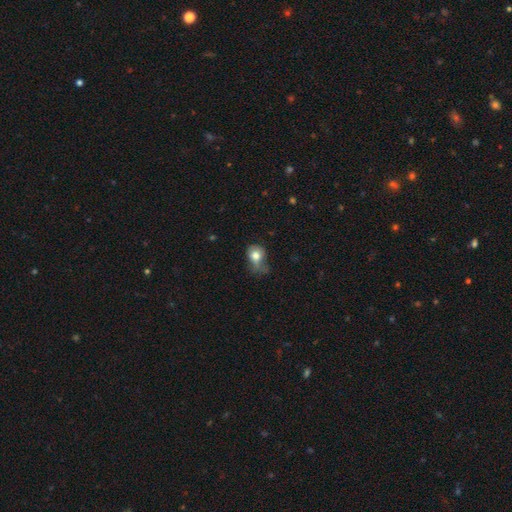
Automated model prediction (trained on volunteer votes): This is likely a smooth galaxy (75%). How rounded: possibly in between (51%). Merging: marginally minor disturbance (35%).